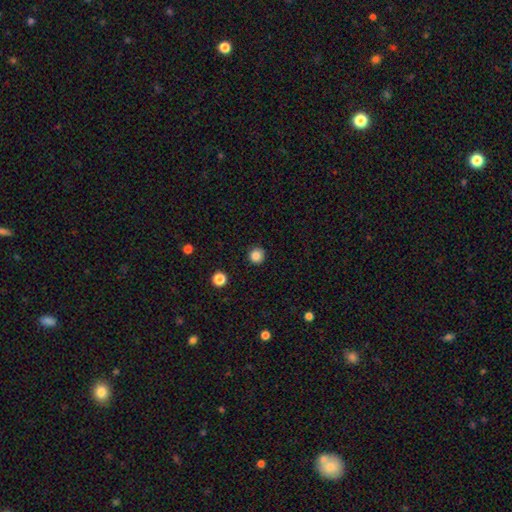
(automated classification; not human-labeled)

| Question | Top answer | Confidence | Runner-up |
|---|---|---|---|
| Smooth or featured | smooth | 84% | star or artifact (11%) |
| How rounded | round | 94% | in between (5%) |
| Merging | none | 91% | minor disturbance (6%) |